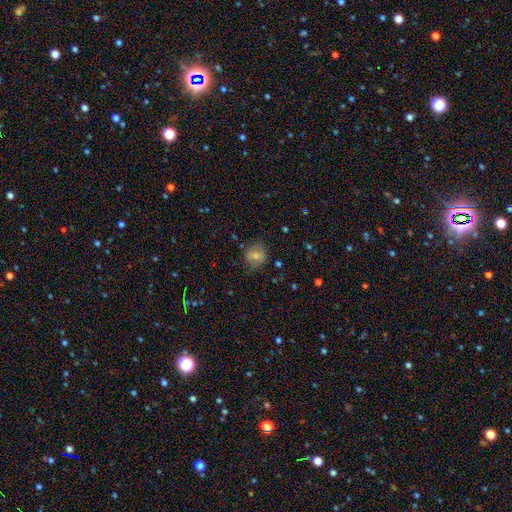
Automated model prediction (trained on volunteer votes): smooth_or_featured: smooth (p=0.64) [alt: featured or disk p=0.25]
how_rounded: round (p=0.72) [alt: in between p=0.27]
merging: none (p=0.72) [alt: minor disturbance p=0.19]